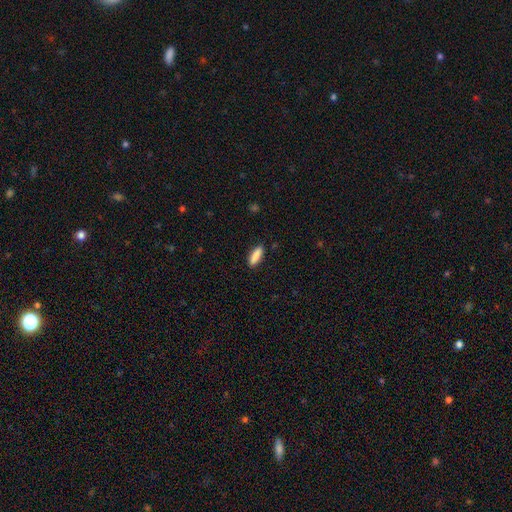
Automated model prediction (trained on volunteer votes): This is clearly a smooth galaxy (89%). How rounded: possibly in between (50%). Merging: clearly none (88%).